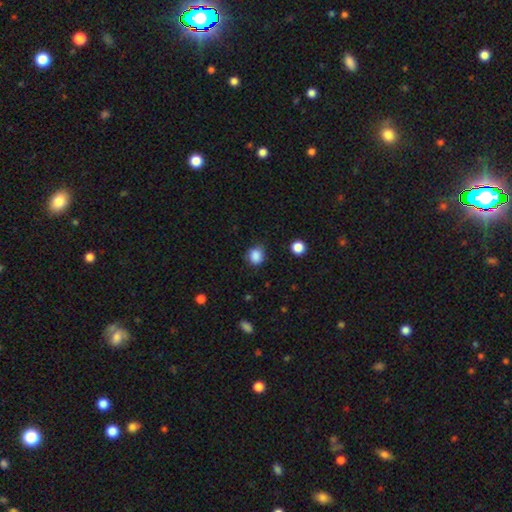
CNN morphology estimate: The model was most divided on "how rounded": round: 75%, in between: 24%, cigar-shaped: 1%. More confident: smooth or featured — smooth (86%); merging — none (75%).